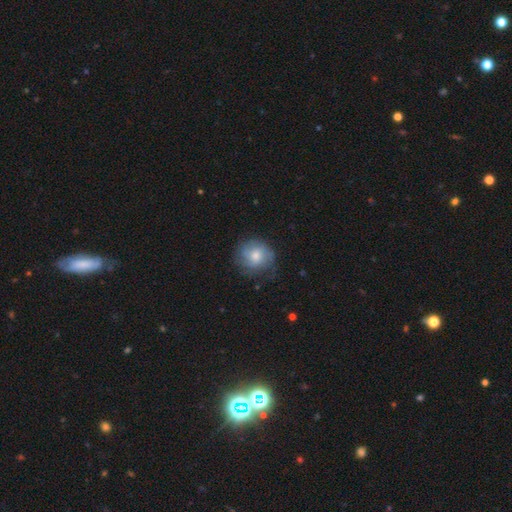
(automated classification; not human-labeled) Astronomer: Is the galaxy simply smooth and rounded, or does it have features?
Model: smooth — 51% (runner-up: featured or disk, 41%).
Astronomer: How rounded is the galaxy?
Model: round — 88%.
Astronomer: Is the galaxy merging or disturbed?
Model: none — 69%.